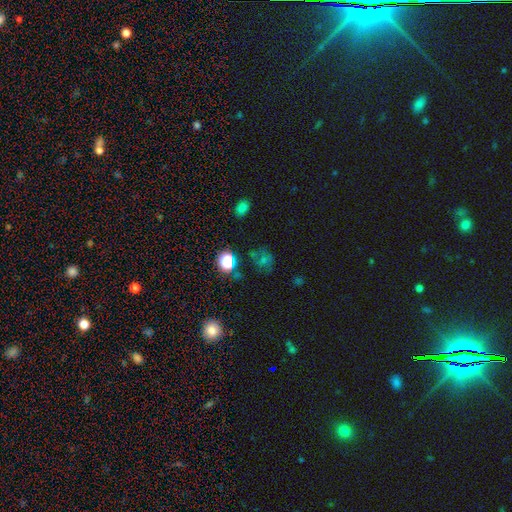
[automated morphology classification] smooth-or-featured: smooth: 42% | star or artifact: 41% | featured or disk: 17%
  merging: none: 69% | minor disturbance: 17% | major disturbance: 10% | merger: 5%